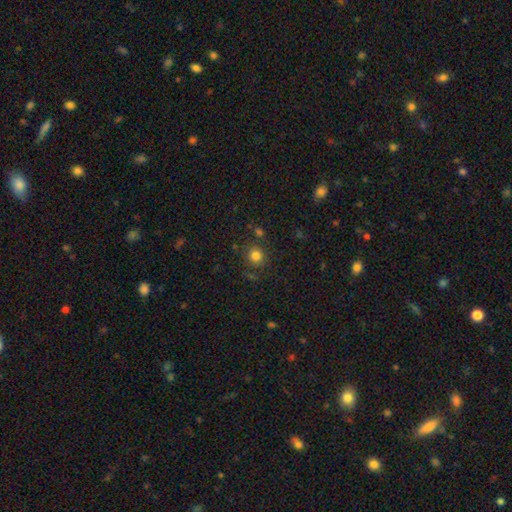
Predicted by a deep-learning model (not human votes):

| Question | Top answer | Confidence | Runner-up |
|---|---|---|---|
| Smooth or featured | smooth | 80% | star or artifact (14%) |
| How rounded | round | 86% | in between (13%) |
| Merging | none | 80% | minor disturbance (10%) |